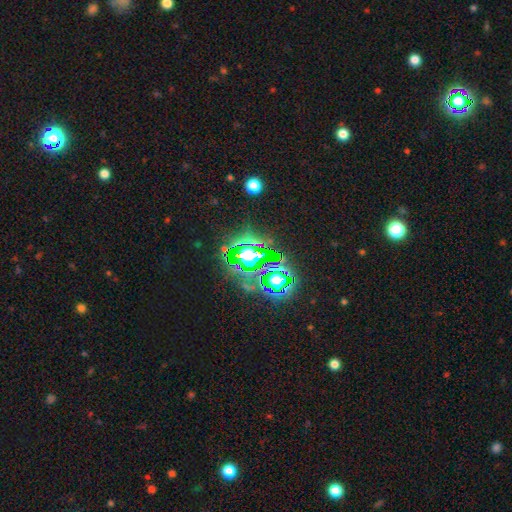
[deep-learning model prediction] Smooth or featured: star or artifact — 81% (smooth — 12%)